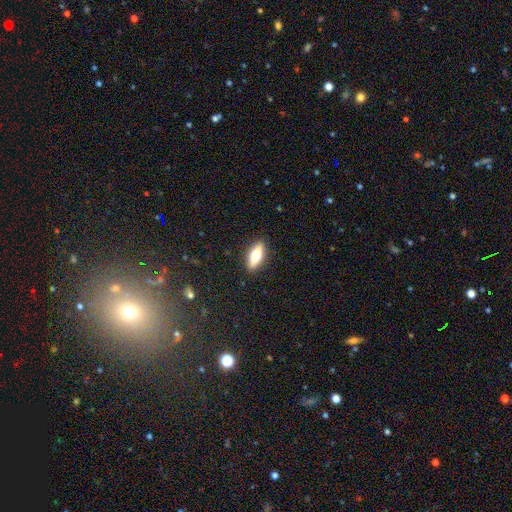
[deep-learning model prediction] A smooth galaxy with no disk features (57%) that is in between round and cigar-shaped (59%). Merging: none (89%).